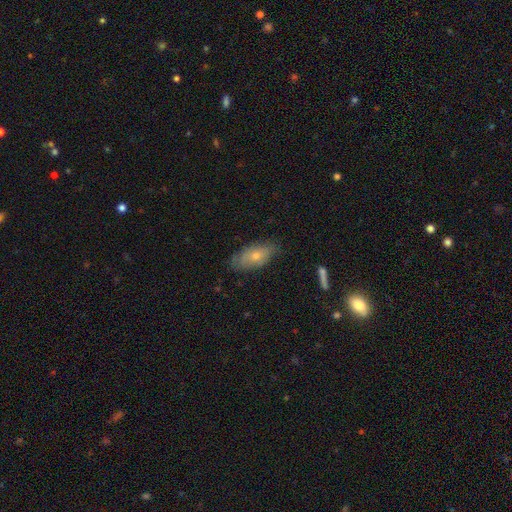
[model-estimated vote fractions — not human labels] The model was most divided on "smooth or featured": smooth: 56%, featured or disk: 35%, star or artifact: 9%. More confident: how rounded — in between (83%); merging — none (76%).